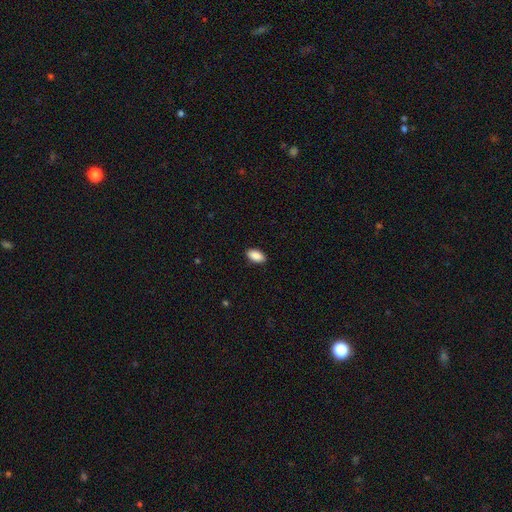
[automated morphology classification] This is clearly a smooth galaxy (90%). How rounded: clearly in between (94%). Merging: clearly none (89%).